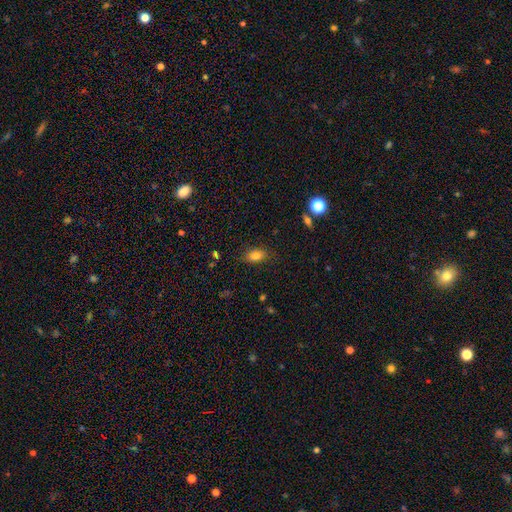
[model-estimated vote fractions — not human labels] Smooth or featured: smooth — 81% (star or artifact — 11%)
How rounded: in between — 84% (round — 12%)
Merging: none — 81% (minor disturbance — 14%)